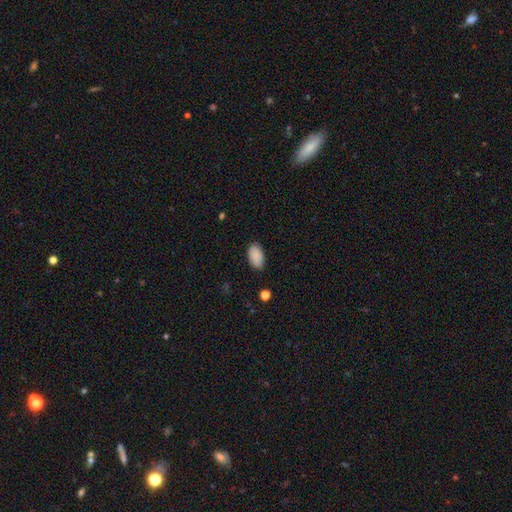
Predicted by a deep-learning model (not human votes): The model was most divided on "merging": none: 84%, minor disturbance: 12%, major disturbance: 3%, merger: 1%. More confident: how rounded — in between (93%); smooth or featured — smooth (89%).